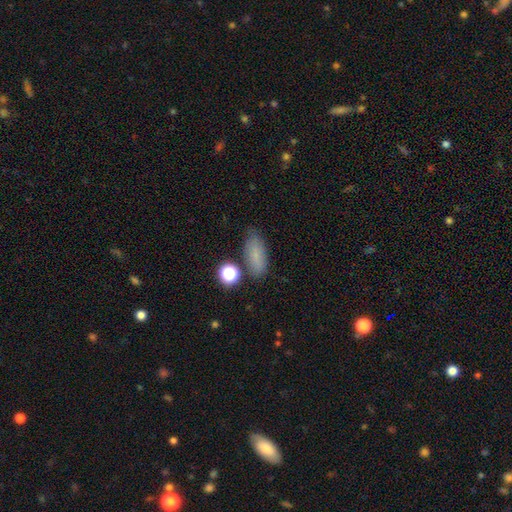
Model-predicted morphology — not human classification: Smooth or featured: smooth — 77% (star or artifact — 13%)
How rounded: in between — 75% (cigar-shaped — 18%)
Merging: none — 75% (minor disturbance — 15%)